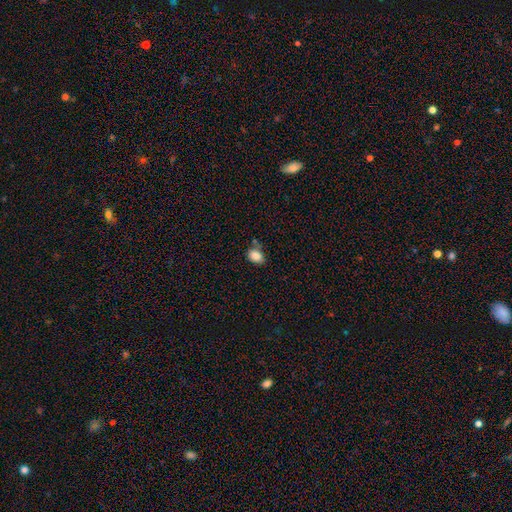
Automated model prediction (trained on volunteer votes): Smooth or featured?
  - smooth: 87% *
  - star or artifact: 10%
  - featured or disk: 4%
How rounded?
  - in between: 70% *
  - round: 28%
  - cigar-shaped: 1%
Merging?
  - none: 64% *
  - minor disturbance: 22%
  - merger: 9%
  - major disturbance: 5%